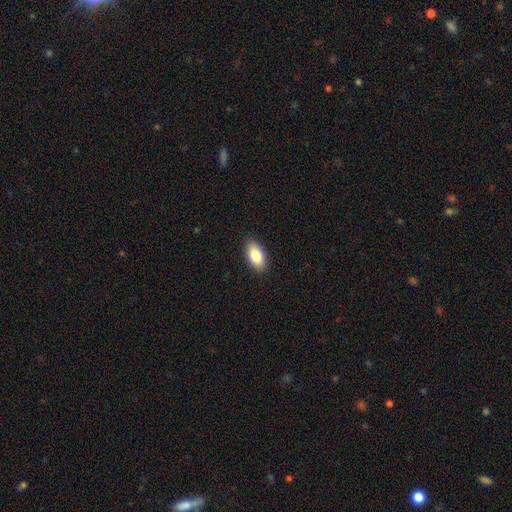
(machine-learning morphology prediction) smooth-or-featured: smooth: 84% | featured or disk: 10% | star or artifact: 7%
  how-rounded: in between: 92% | cigar-shaped: 4% | round: 3%
  merging: none: 88% | minor disturbance: 9% | major disturbance: 2% | merger: 1%